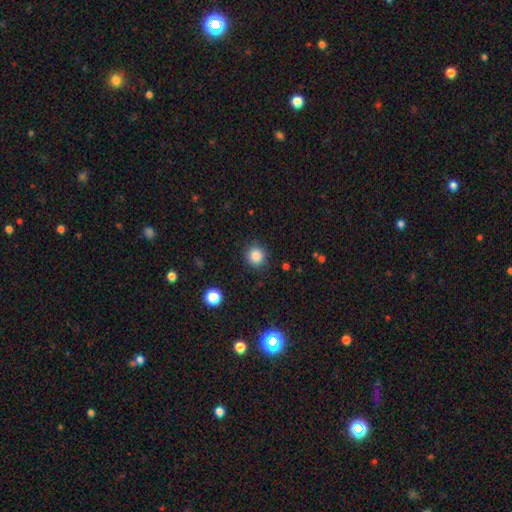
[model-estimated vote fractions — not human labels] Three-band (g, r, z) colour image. It shows a smooth galaxy with no disk features (86%) that is round (89%). Merging: none (88%).